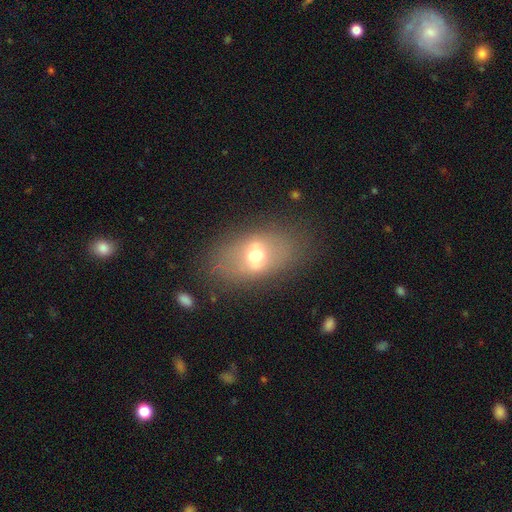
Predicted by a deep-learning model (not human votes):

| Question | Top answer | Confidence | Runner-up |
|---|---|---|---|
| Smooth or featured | smooth | 49% | featured or disk (39%) |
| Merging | none | 77% | minor disturbance (13%) |